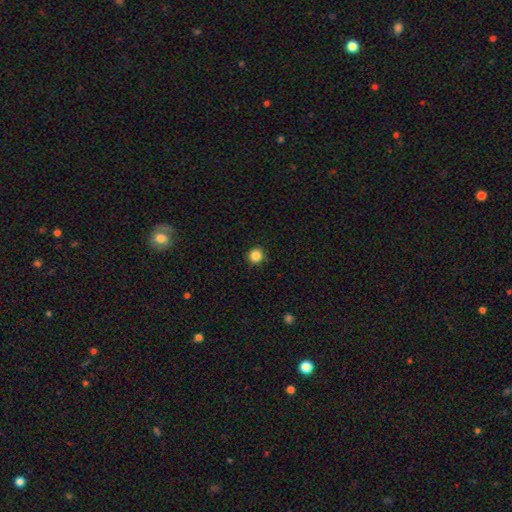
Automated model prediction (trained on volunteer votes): Smooth or featured: smooth — 86% (star or artifact — 11%)
How rounded: round — 95% (in between — 4%)
Merging: none — 91% (minor disturbance — 6%)